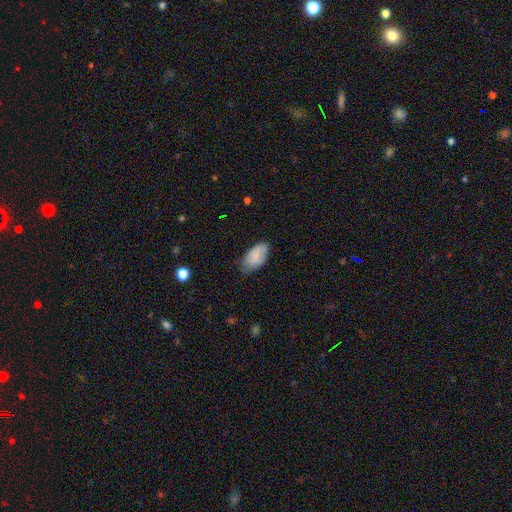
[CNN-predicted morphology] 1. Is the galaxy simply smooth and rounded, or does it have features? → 80% smooth, 13% featured or disk, 6% star or artifact.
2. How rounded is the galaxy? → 94% in between, 3% round, 3% cigar-shaped.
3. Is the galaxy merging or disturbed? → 58% none, 34% minor disturbance, 6% major disturbance, 1% merger.